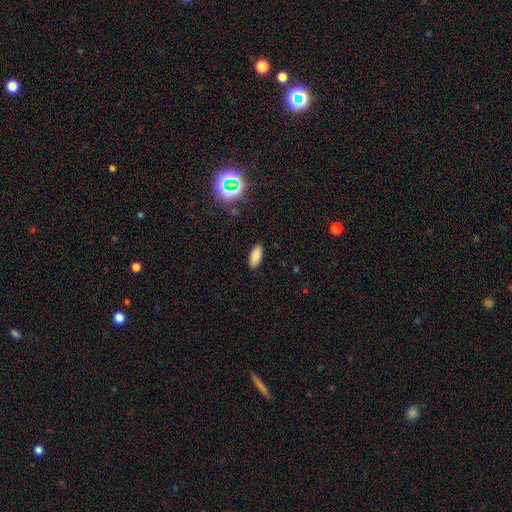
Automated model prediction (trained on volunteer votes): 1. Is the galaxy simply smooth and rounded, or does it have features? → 84% smooth, 12% star or artifact, 5% featured or disk.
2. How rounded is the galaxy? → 87% in between, 10% cigar-shaped, 2% round.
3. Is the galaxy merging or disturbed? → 89% none, 8% minor disturbance, 2% major disturbance, 1% merger.